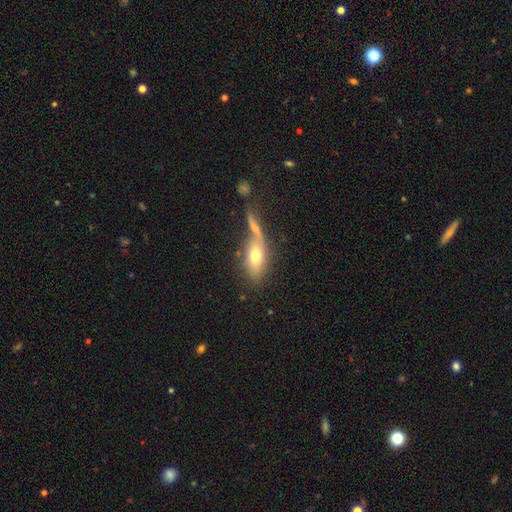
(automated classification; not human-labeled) smooth_or_featured: smooth (p=0.66) [alt: featured or disk p=0.26]
how_rounded: in between (p=0.80) [alt: cigar-shaped p=0.15]
merging: none (p=0.42) [alt: merger p=0.36]